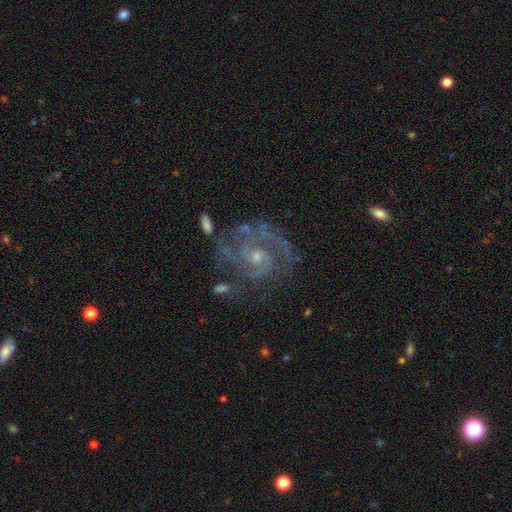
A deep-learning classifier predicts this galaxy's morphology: Smooth or featured?
  - featured or disk: 87% *
  - star or artifact: 8%
  - smooth: 5%
Edge-on disk?
  - no: 98% *
  - yes: 2%
Bar?
  - no: 61% *
  - weak: 32%
  - strong: 7%
Spiral arms?
  - yes: 96% *
  - no: 4%
Spiral winding?
  - tight: 52% *
  - medium: 40%
  - loose: 8%
Spiral arm count?
  - 2: 55% *
  - 3: 18%
  - can't tell: 14%
  - 4: 5%
  - 1: 5%
  - more than 4: 4%
Bulge size?
  - small: 61% *
  - moderate: 33%
  - none: 4%
  - large: 2%
  - dominant: 1%
Merging?
  - none: 69% *
  - minor disturbance: 17%
  - major disturbance: 10%
  - merger: 4%